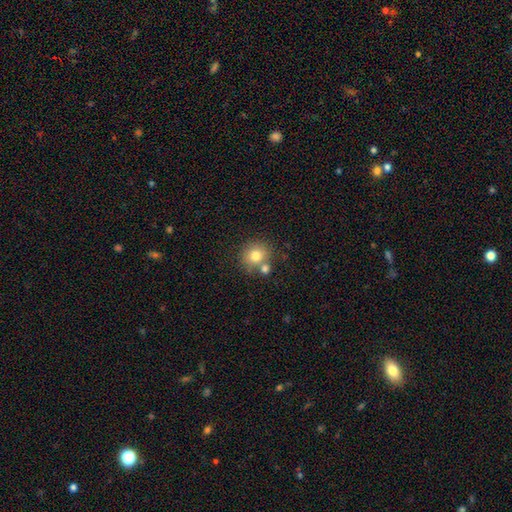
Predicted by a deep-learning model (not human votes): smooth 78%, star or artifact 11%, featured or disk 11%. Down the decision tree: how rounded — round (85%); merging — none (65%).